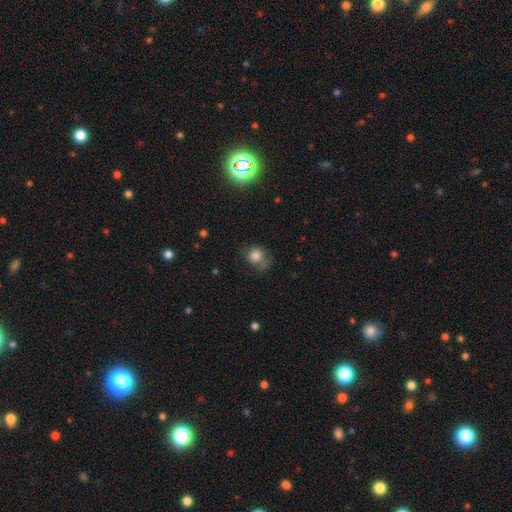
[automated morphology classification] Smooth or featured? Predicted: smooth (p=0.78). How rounded? Predicted: round (p=0.69). Merging? Predicted: none (p=0.51).